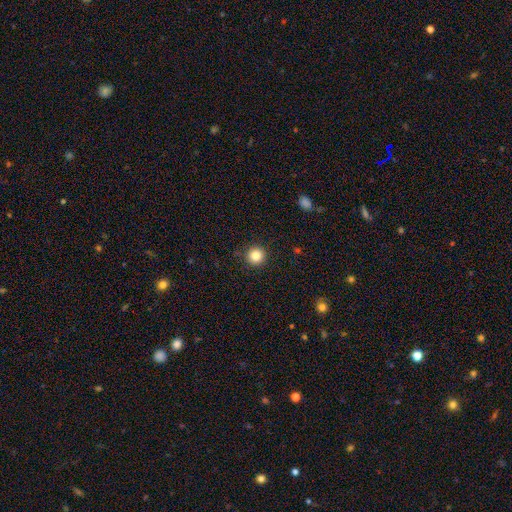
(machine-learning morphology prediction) Smooth or featured?
  - smooth: 85% *
  - star or artifact: 11%
  - featured or disk: 5%
How rounded?
  - round: 95% *
  - in between: 4%
  - cigar-shaped: 1%
Merging?
  - none: 91% *
  - minor disturbance: 6%
  - major disturbance: 2%
  - merger: 1%